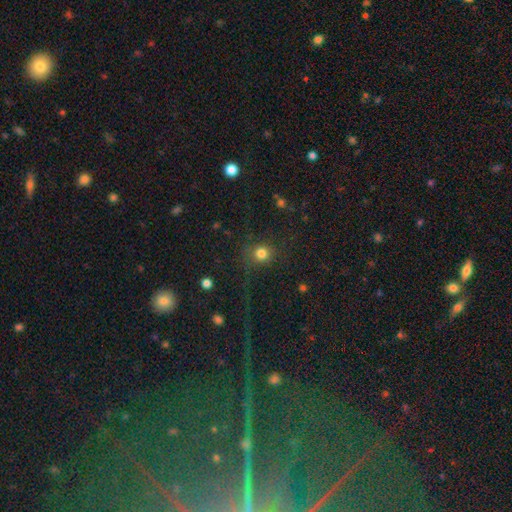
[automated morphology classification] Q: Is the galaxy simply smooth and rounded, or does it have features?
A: smooth — 63%.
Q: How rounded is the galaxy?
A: round — 91%.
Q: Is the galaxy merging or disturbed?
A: none — 83%.